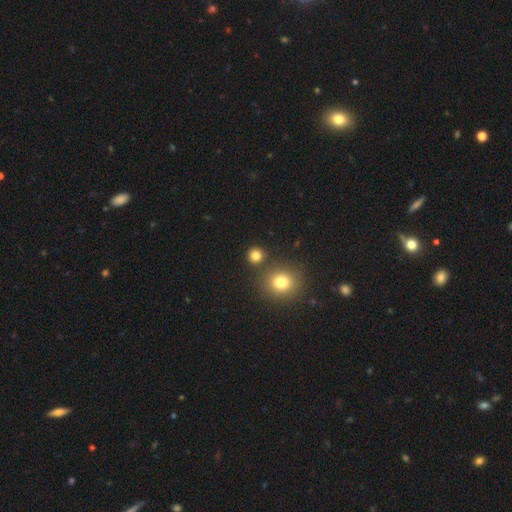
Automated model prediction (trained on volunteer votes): smooth 81%, star or artifact 14%, featured or disk 5%. Down the decision tree: how rounded — round (92%); merging — none (85%).